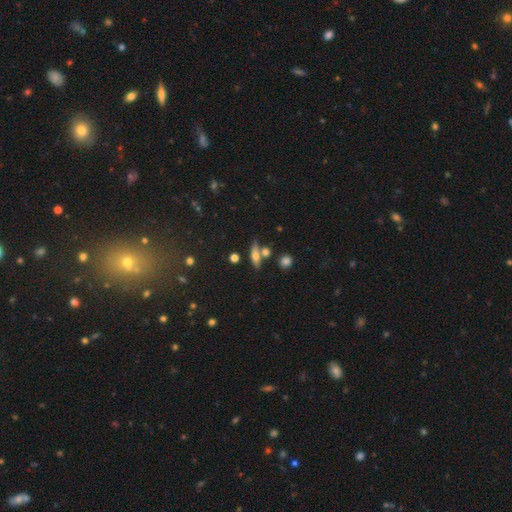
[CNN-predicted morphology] Q: Smooth or featured?
A: smooth (52%); runner-up: featured or disk (37%)
Q: How rounded?
A: cigar-shaped (53%); runner-up: in between (39%)
Q: Merging?
A: none (66%); runner-up: merger (17%)